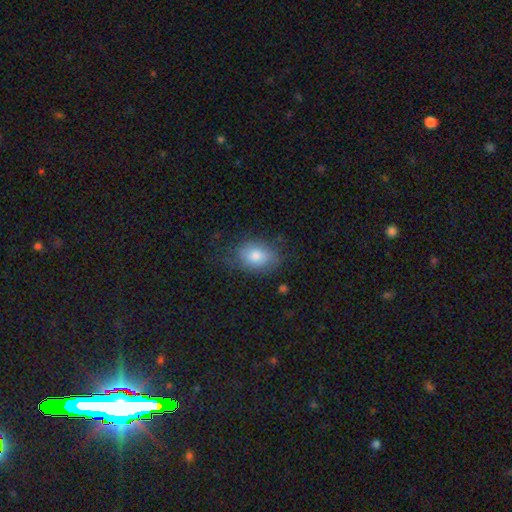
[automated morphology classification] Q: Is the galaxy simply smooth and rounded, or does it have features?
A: smooth — 79%.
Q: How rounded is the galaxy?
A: in between — 76%.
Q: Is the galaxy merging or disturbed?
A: none — 66%.